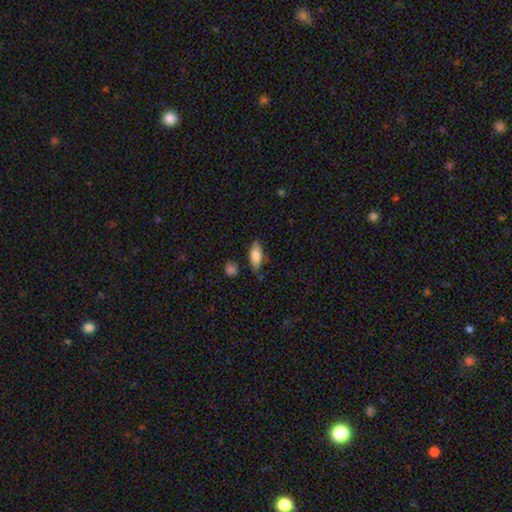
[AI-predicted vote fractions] A smooth galaxy with no disk features (79%) that is in between round and cigar-shaped (81%). Merging: none (76%).